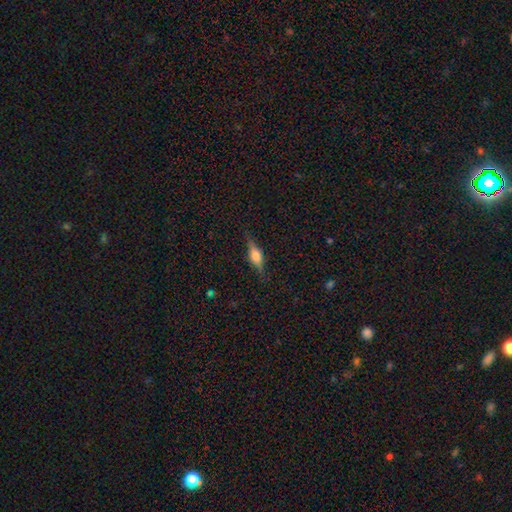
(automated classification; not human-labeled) Overall: featured or disk (58%; smooth 33%). Edge-on disk: yes (95%). Edge-on bulge: rounded (88%). Merging: none (84%).